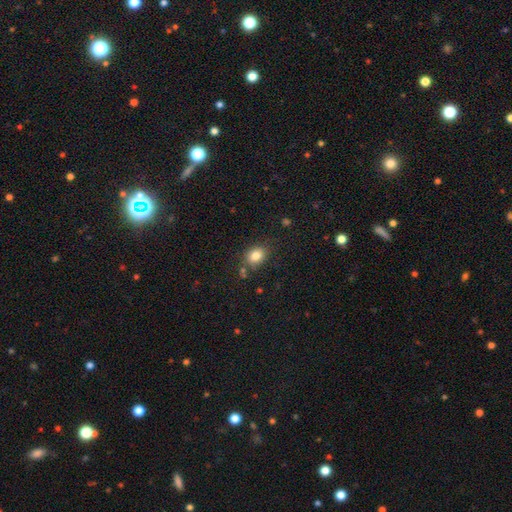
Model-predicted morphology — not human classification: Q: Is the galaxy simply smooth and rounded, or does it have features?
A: smooth — 82%.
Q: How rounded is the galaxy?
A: in between — 62%.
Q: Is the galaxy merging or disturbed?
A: none — 75%.